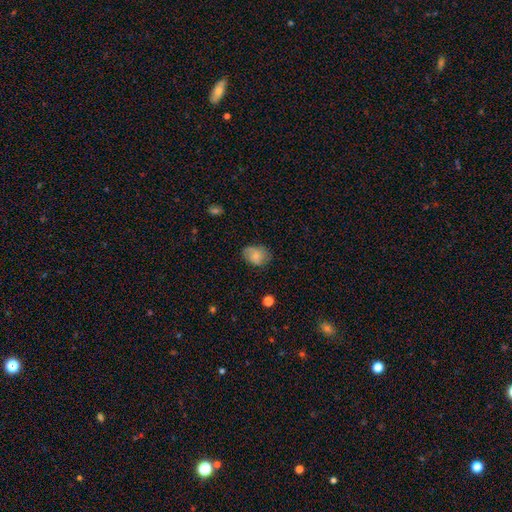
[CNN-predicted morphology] Smooth or featured?
  - smooth: 72% *
  - featured or disk: 19%
  - star or artifact: 9%
How rounded?
  - in between: 68% *
  - round: 31%
  - cigar-shaped: 1%
Merging?
  - none: 60% *
  - minor disturbance: 29%
  - major disturbance: 10%
  - merger: 2%